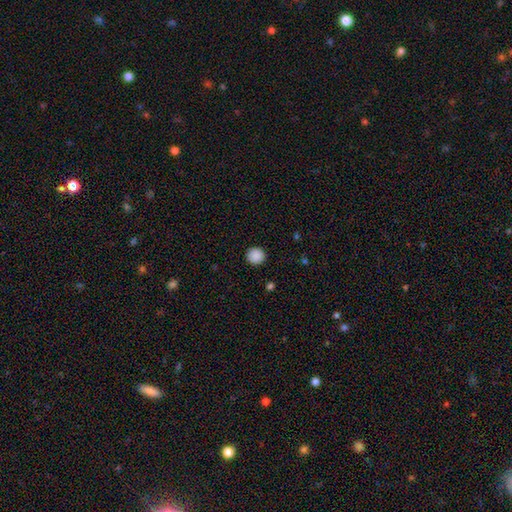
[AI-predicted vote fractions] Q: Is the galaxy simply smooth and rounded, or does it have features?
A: smooth — 89%.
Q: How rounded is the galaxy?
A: round — 94%.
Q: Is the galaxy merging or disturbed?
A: none — 92%.